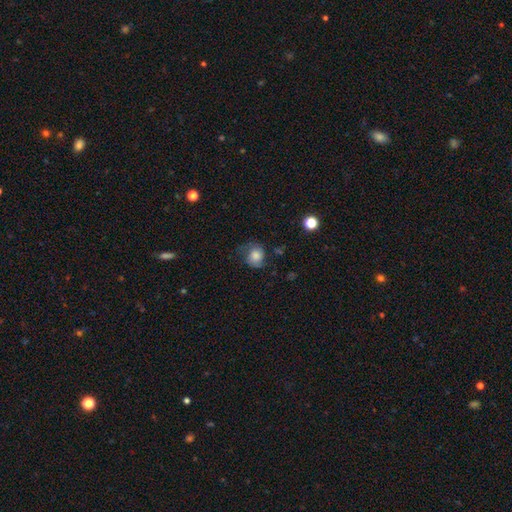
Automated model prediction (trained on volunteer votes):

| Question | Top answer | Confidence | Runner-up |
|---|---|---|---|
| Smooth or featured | smooth | 66% | featured or disk (25%) |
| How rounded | round | 75% | in between (24%) |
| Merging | none | 51% | minor disturbance (29%) |